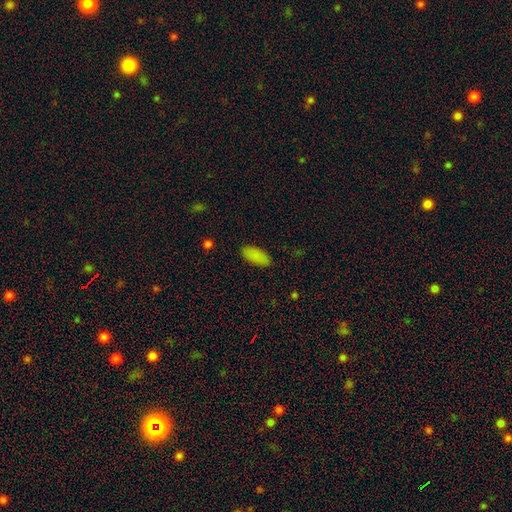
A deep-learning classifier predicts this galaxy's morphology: A smooth galaxy with no disk features (87%) that is in between round and cigar-shaped (90%). Merging: none (86%).